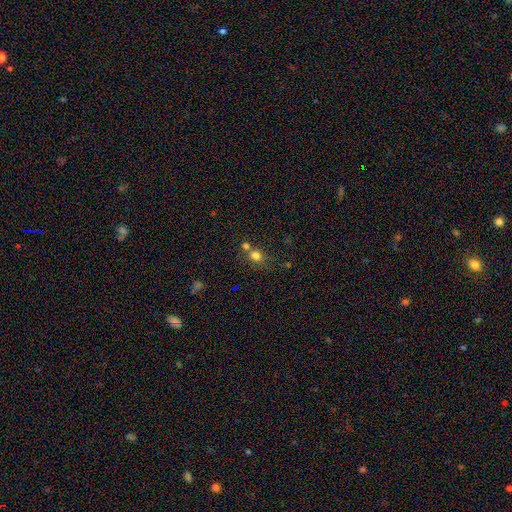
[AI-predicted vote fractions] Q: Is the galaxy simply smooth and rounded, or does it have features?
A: smooth — 75%.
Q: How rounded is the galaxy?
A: round — 64%.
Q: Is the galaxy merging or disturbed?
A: none — 48%.